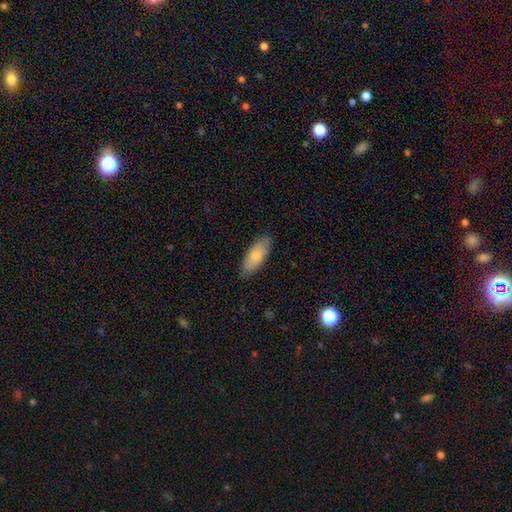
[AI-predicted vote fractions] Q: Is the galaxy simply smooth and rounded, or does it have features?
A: smooth — 79%.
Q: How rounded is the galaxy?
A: in between — 80%.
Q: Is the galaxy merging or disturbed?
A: none — 84%.